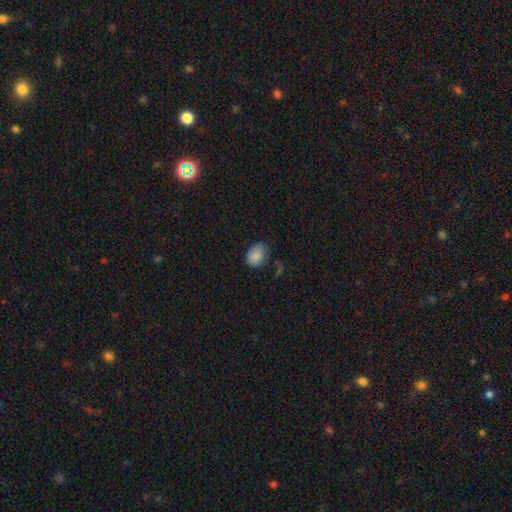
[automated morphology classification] A smooth galaxy with no disk features (86%) that is in between round and cigar-shaped (68%). Merging: none (61%).